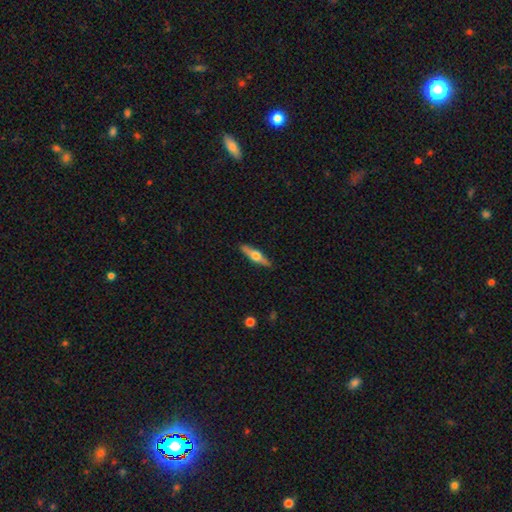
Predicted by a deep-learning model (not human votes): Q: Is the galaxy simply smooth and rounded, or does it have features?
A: featured or disk — 58%.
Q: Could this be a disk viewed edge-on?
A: yes — 95%.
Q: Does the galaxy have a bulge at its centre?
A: rounded — 95%.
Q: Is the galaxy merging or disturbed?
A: none — 90%.